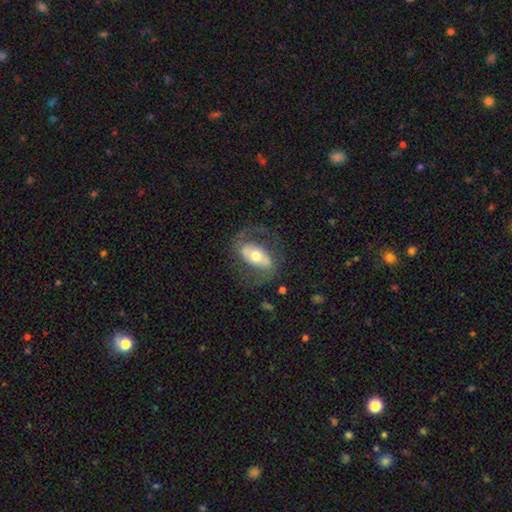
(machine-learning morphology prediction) featured or disk 66%, smooth 28%, star or artifact 6%. Down the decision tree: edge-on disk — no (92%); bar — no (37%); spiral arms — yes (70%); bulge size — moderate (69%); merging — none (66%).